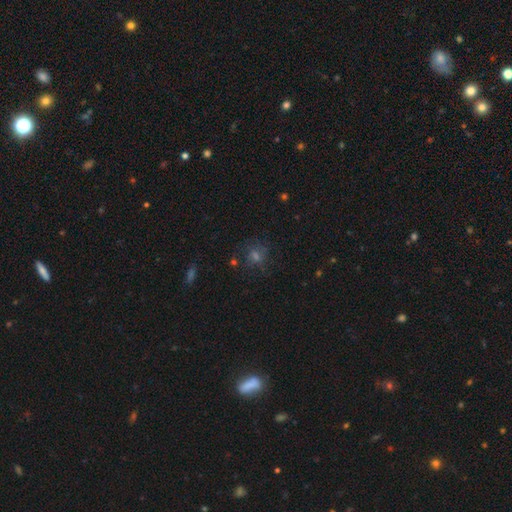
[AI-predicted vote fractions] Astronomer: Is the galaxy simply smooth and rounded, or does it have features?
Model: smooth — 42% (runner-up: star or artifact, 37%).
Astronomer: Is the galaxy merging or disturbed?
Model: none — 75%.